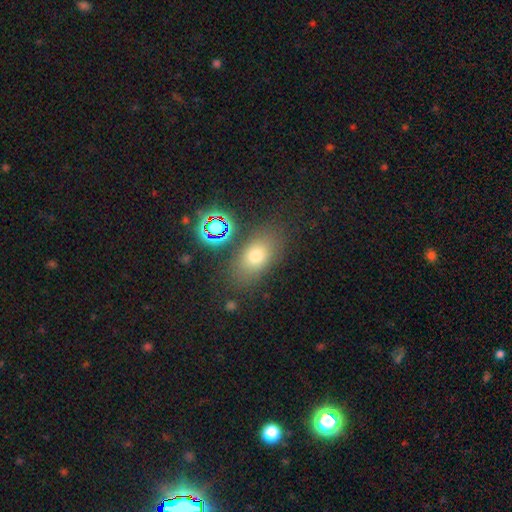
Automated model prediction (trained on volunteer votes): This appears to be a smooth galaxy with no disk features (69%) that is in between round and cigar-shaped (80%). Merging: none (78%).